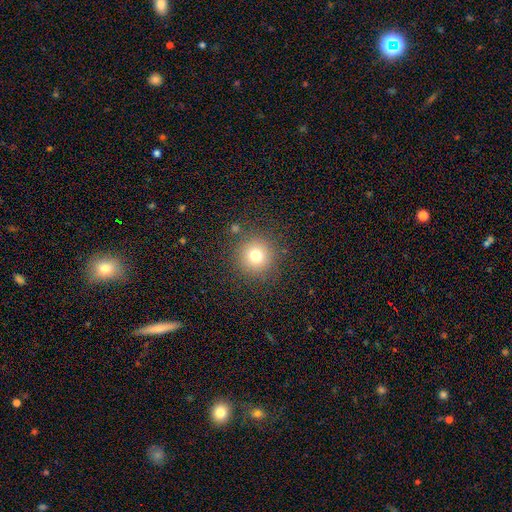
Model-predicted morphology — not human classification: Smooth or featured? Predicted: smooth (p=0.75). How rounded? Predicted: round (p=0.95). Merging? Predicted: none (p=0.87).